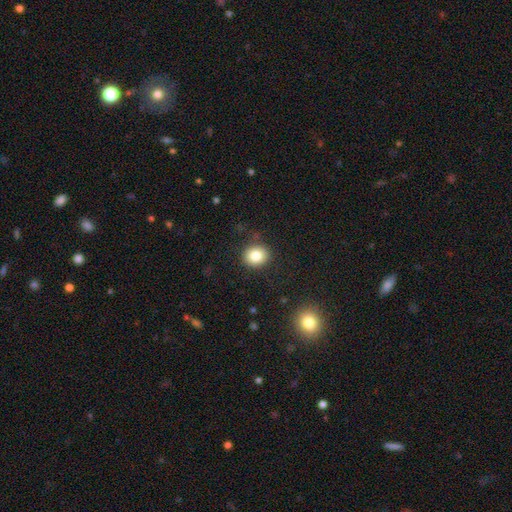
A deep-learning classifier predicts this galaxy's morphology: Smooth or featured? Predicted: smooth (p=0.82). How rounded? Predicted: round (p=0.73). Merging? Predicted: none (p=0.86).